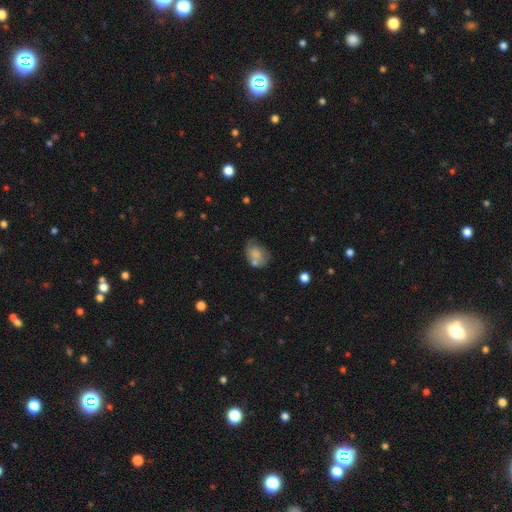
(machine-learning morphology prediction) Smooth or featured? smooth (66%)
How rounded? in between (64%)
Merging? none (39%)